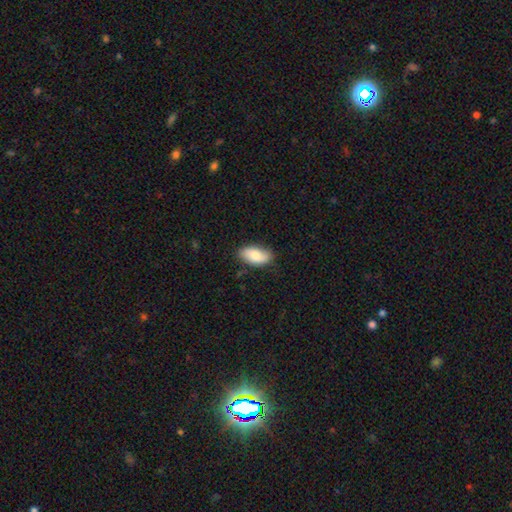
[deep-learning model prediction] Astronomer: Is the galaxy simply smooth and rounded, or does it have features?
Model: smooth — 77%.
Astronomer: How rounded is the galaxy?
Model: in between — 93%.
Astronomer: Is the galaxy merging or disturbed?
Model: none — 79%.